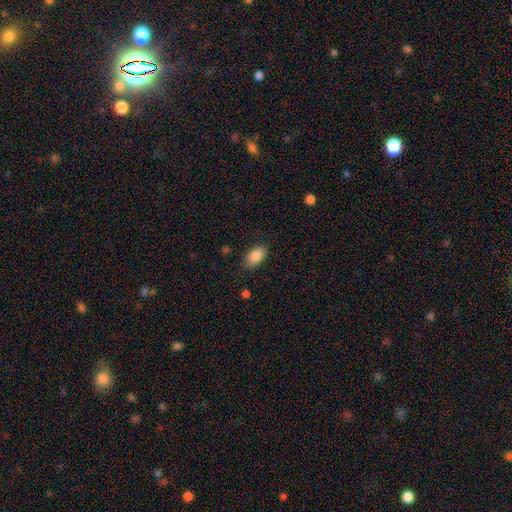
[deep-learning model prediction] This is clearly a smooth galaxy (87%). How rounded: clearly in between (91%). Merging: clearly none (82%).